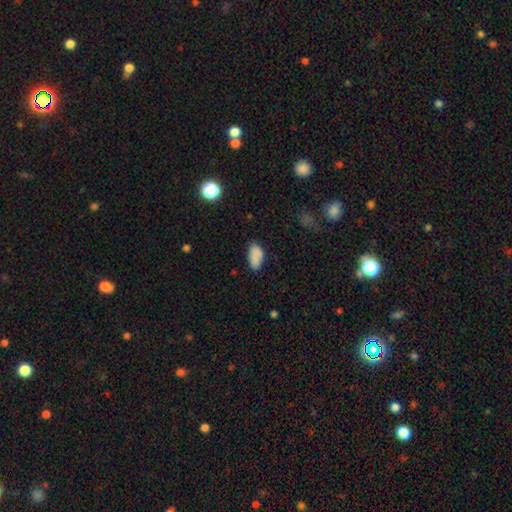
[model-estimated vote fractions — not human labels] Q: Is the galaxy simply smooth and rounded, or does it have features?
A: smooth — 83%.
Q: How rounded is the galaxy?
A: in between — 93%.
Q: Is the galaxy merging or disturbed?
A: none — 73%.